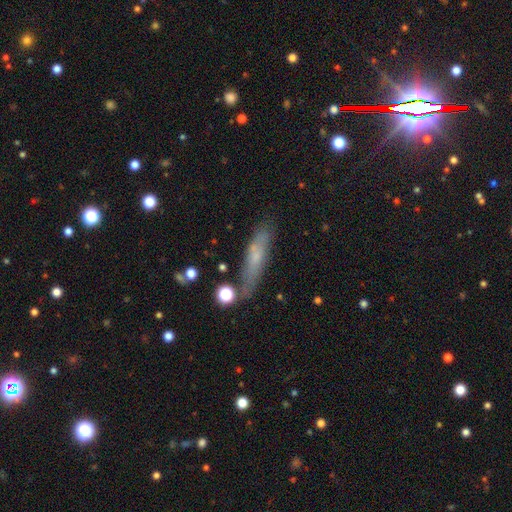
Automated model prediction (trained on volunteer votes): Smooth or featured: smooth — 53% (featured or disk — 38%)
How rounded: cigar-shaped — 78% (in between — 19%)
Merging: none — 69% (minor disturbance — 21%)